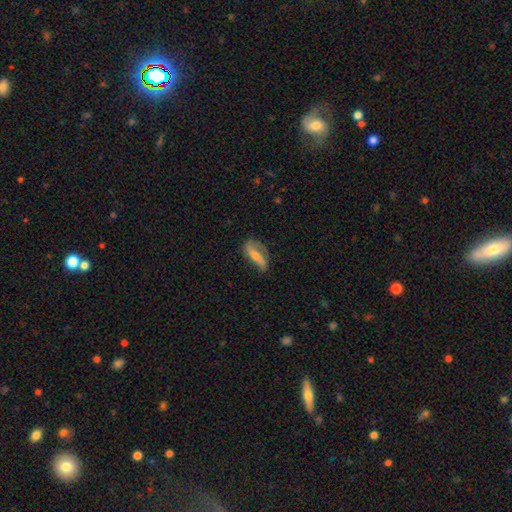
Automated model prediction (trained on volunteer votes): smooth_or_featured: featured or disk (p=0.57) [alt: smooth p=0.36]
disk_edge_on: no (p=0.79) [alt: yes p=0.21]
merging: none (p=0.61) [alt: minor disturbance p=0.26]